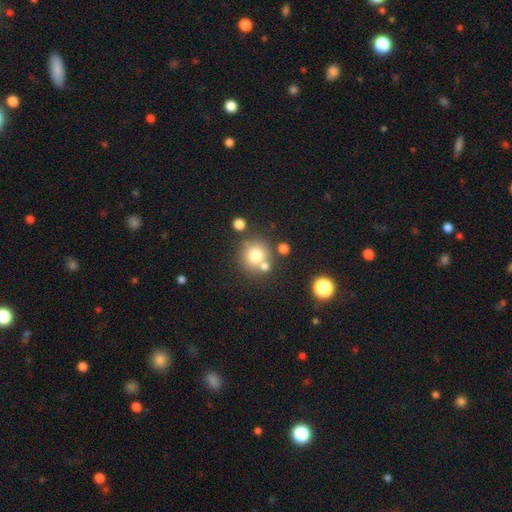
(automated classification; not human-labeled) Smooth or featured: smooth — 74% (star or artifact — 13%)
How rounded: round — 90% (in between — 9%)
Merging: none — 66% (merger — 20%)